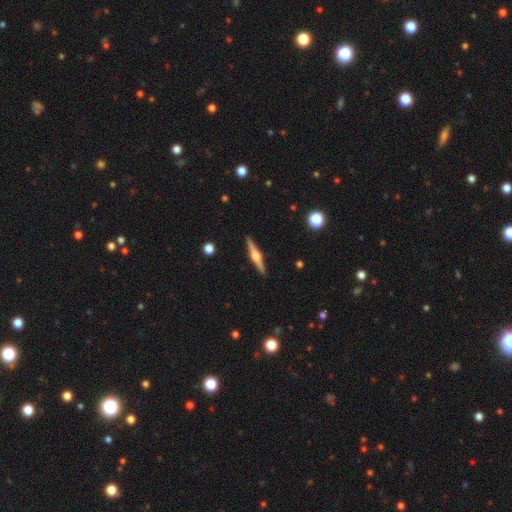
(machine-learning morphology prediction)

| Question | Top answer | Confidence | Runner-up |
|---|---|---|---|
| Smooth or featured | featured or disk | 79% | smooth (16%) |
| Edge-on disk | yes | 98% | no (2%) |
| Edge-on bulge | rounded | 90% | boxy (7%) |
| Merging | none | 92% | minor disturbance (6%) |